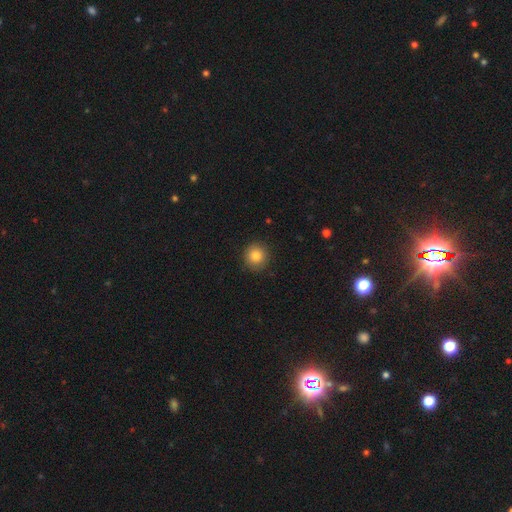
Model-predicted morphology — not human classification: This is clearly a smooth galaxy (83%). How rounded: clearly round (93%). Merging: clearly none (90%).